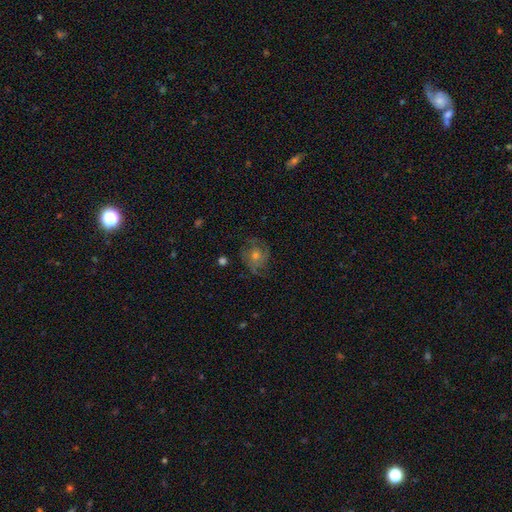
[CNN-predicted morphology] This is possibly a featured or disk galaxy (60%). It is clearly not viewed edge-on (97%). Bar: likely no (76%). Spiral arm pattern: clearly yes (84%). Central bulge: possibly moderate (57%). Merging: likely none (73%).